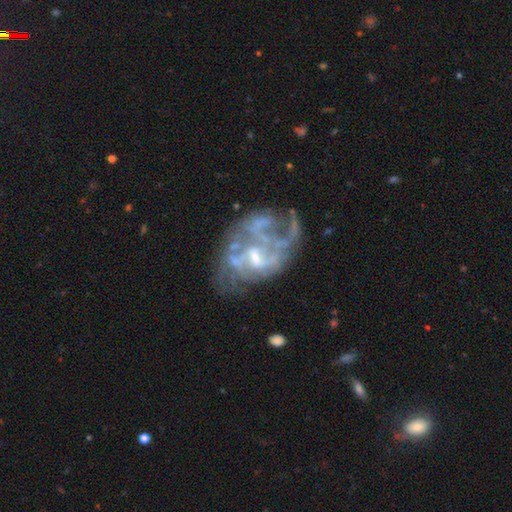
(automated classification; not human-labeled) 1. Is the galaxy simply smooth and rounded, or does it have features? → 80% featured or disk, 10% smooth, 10% star or artifact.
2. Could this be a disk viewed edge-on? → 98% no, 2% yes.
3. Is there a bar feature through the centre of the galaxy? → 50% no, 40% weak, 11% strong.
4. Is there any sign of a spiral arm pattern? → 61% yes, 39% no.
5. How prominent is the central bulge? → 45% small, 32% moderate, 20% none, 2% large, 1% dominant.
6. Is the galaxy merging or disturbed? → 39% none, 34% major disturbance, 19% minor disturbance, 8% merger.